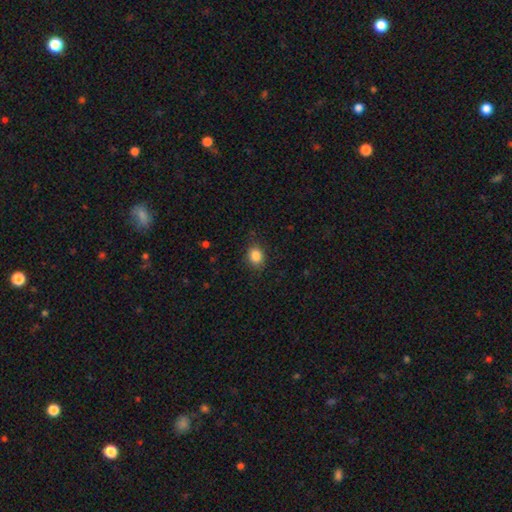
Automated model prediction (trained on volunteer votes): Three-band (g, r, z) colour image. It shows a smooth galaxy with no disk features (86%) that is round (54%). Merging: none (85%).